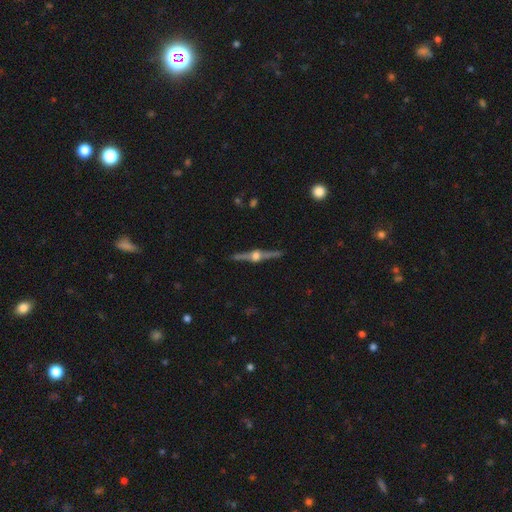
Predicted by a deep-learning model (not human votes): smooth_or_featured: featured or disk (p=0.88) [alt: smooth p=0.07]
disk_edge_on: yes (p=0.98) [alt: no p=0.02]
edge_on_bulge: rounded (p=0.95) [alt: boxy p=0.03]
merging: none (p=0.89) [alt: minor disturbance p=0.07]